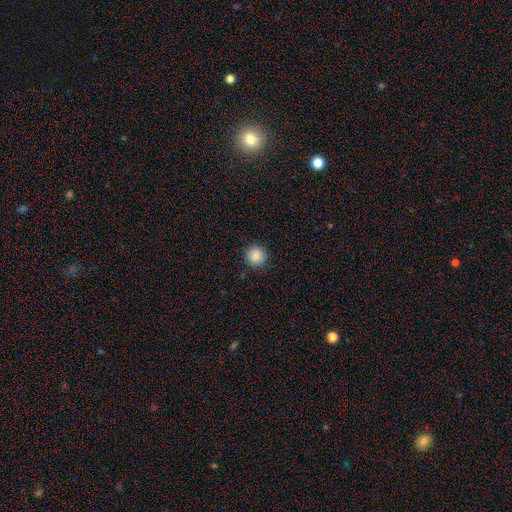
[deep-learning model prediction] Smooth or featured? smooth (88%)
How rounded? round (94%)
Merging? none (90%)